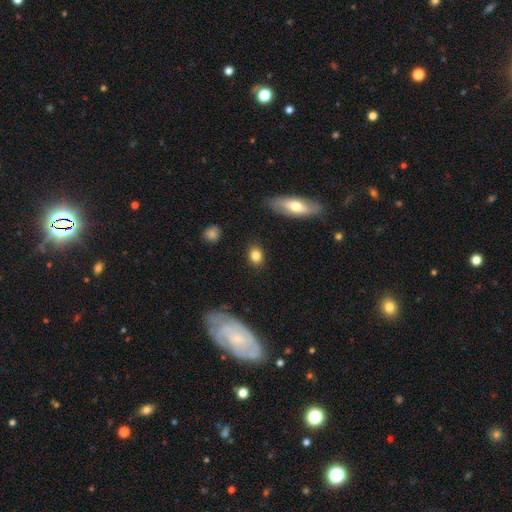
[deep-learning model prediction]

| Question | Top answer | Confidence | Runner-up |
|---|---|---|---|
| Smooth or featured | smooth | 83% | star or artifact (9%) |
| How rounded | in between | 52% | round (46%) |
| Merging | none | 87% | minor disturbance (9%) |